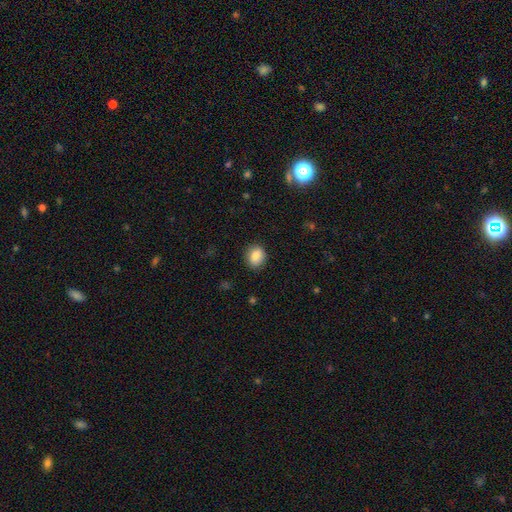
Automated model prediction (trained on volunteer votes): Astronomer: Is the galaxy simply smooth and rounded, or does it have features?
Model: smooth — 85%.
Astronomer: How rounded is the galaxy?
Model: round — 57% (runner-up: in between, 42%).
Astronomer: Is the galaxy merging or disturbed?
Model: none — 86%.